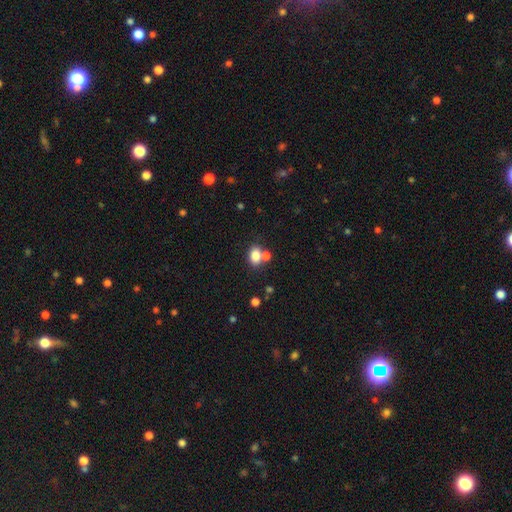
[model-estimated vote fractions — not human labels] smooth_or_featured: smooth (p=0.81) [alt: star or artifact p=0.11]
how_rounded: in between (p=0.74) [alt: round p=0.25]
merging: none (p=0.52) [alt: merger p=0.33]